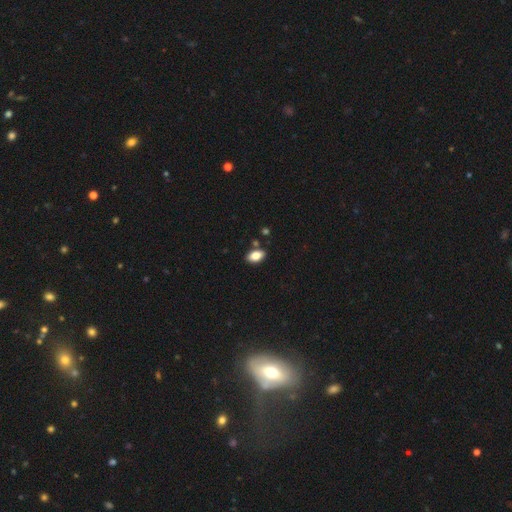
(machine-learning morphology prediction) smooth 83%, featured or disk 8%, star or artifact 8%. Down the decision tree: how rounded — in between (92%); merging — none (83%).